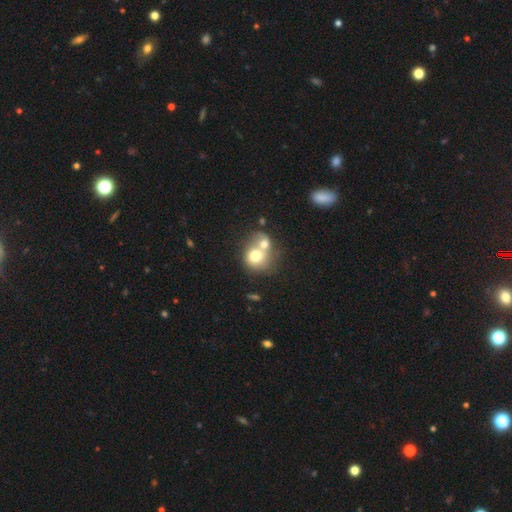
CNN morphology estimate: smooth_or_featured: smooth (p=0.68) [alt: featured or disk p=0.23]
how_rounded: round (p=0.71) [alt: in between p=0.28]
merging: merger (p=0.70) [alt: none p=0.19]